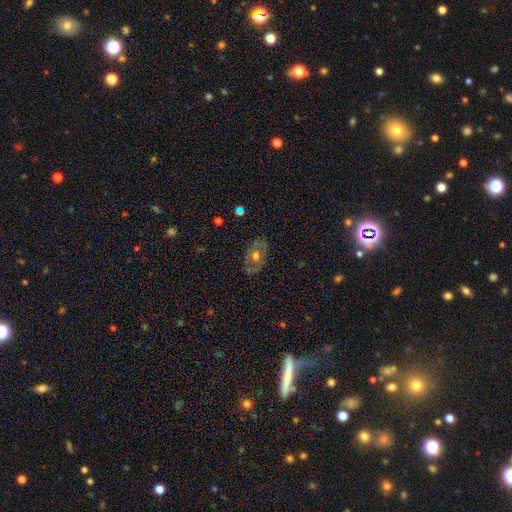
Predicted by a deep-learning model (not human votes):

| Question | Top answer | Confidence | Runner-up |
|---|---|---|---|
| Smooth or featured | featured or disk | 55% | smooth (36%) |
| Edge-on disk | no | 92% | yes (8%) |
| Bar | no | 84% | weak (13%) |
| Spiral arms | no | 76% | yes (24%) |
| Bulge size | moderate | 70% | large (18%) |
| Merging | none | 78% | minor disturbance (16%) |